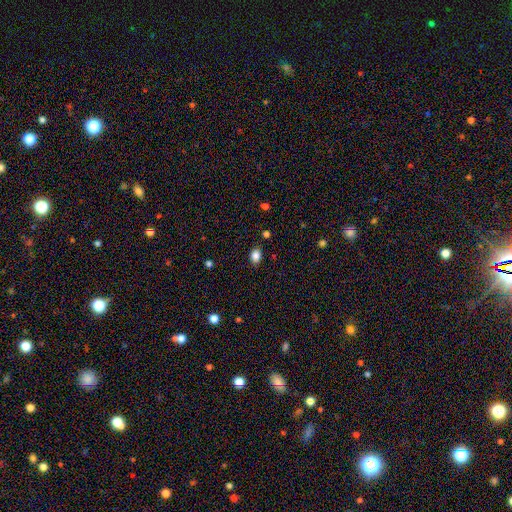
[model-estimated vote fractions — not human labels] Q: Smooth or featured?
A: smooth (85%); runner-up: star or artifact (10%)
Q: How rounded?
A: in between (77%); runner-up: round (22%)
Q: Merging?
A: none (86%); runner-up: minor disturbance (10%)